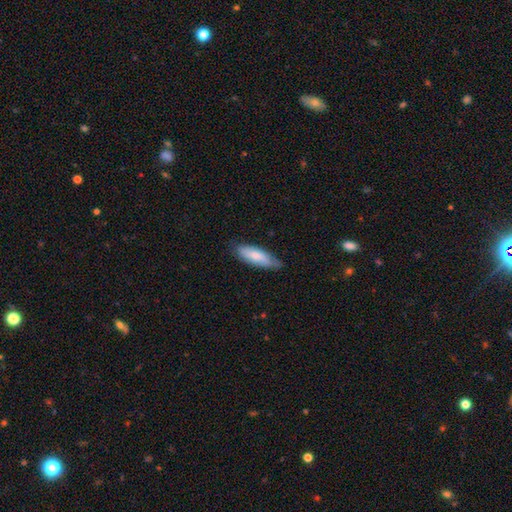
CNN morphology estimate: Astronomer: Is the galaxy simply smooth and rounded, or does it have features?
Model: smooth — 75%.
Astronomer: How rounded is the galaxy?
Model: in between — 58% (runner-up: cigar-shaped, 40%).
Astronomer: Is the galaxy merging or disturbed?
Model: none — 71%.